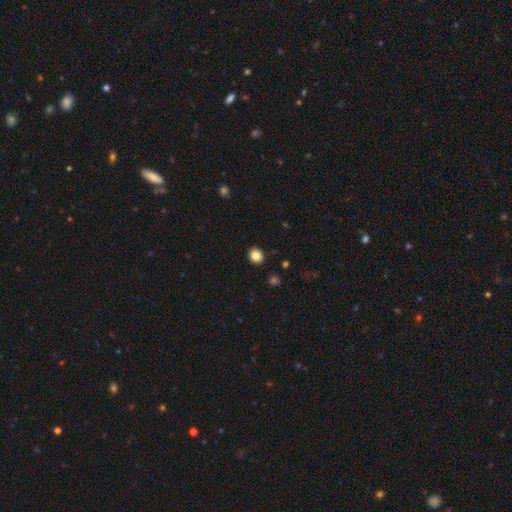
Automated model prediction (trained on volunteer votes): Overall: smooth (84%). How rounded: round (62%; in between 37%). Merging: none (89%).